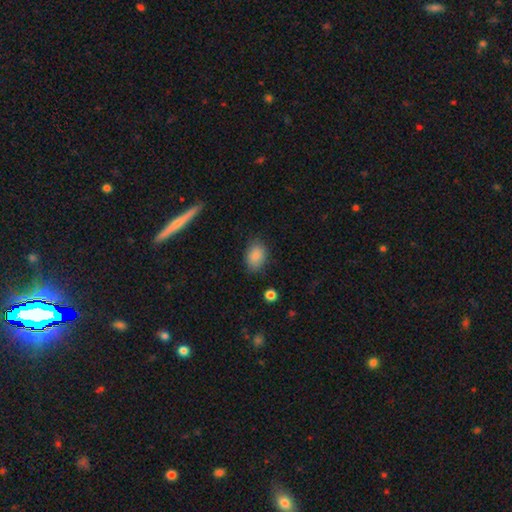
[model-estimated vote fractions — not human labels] Smooth or featured?
  - smooth: 86% *
  - star or artifact: 8%
  - featured or disk: 6%
How rounded?
  - in between: 83% *
  - round: 16%
  - cigar-shaped: 1%
Merging?
  - none: 79% *
  - minor disturbance: 15%
  - major disturbance: 4%
  - merger: 2%